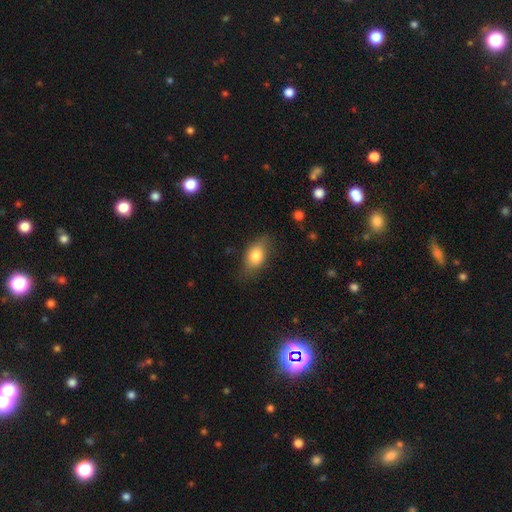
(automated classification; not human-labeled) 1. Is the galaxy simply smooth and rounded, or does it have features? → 81% smooth, 12% featured or disk, 7% star or artifact.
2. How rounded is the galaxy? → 85% in between, 11% round, 3% cigar-shaped.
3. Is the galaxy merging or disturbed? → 73% none, 20% minor disturbance, 5% major disturbance, 1% merger.